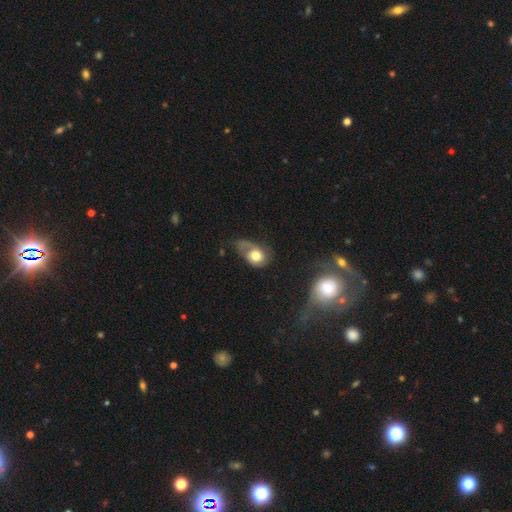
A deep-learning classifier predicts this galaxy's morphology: Smooth or featured?
  - smooth: 56% *
  - featured or disk: 36%
  - star or artifact: 8%
How rounded?
  - in between: 54% *
  - round: 44%
  - cigar-shaped: 2%
Merging?
  - major disturbance: 39% *
  - minor disturbance: 29%
  - none: 27%
  - merger: 5%